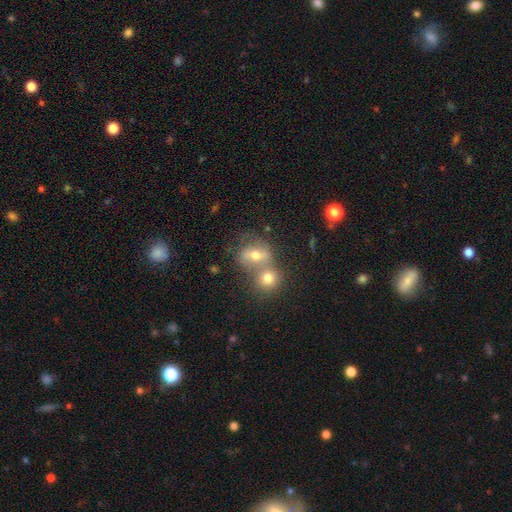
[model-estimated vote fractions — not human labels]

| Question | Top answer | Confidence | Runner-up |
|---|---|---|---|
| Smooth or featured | smooth | 49% | featured or disk (36%) |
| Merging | merger | 50% | none (35%) |